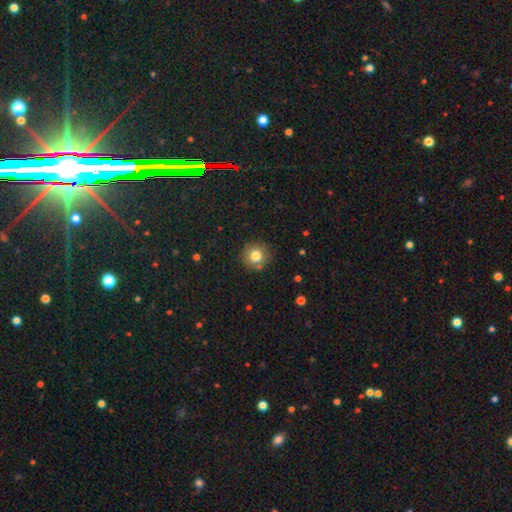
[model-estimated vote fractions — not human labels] A smooth galaxy with no disk features (79%) that is round (93%).

Vote fractions:
- Smooth or featured? smooth: 79% / star or artifact: 11% / featured or disk: 9%
- How rounded? round: 93% / in between: 6% / cigar-shaped: 1%
- Merging? none: 85% / minor disturbance: 9% / merger: 3% / major disturbance: 3%